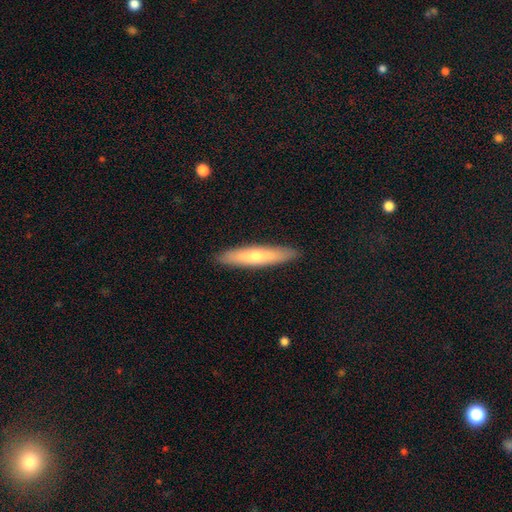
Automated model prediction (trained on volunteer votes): This appears to be a smooth galaxy with no disk features (48%). Merging: none (90%).